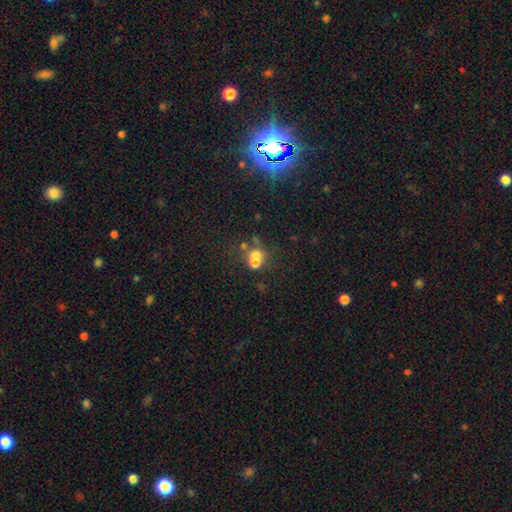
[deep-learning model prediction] This is possibly a smooth galaxy (59%). How rounded: likely round (73%). Merging: possibly merger (51%).